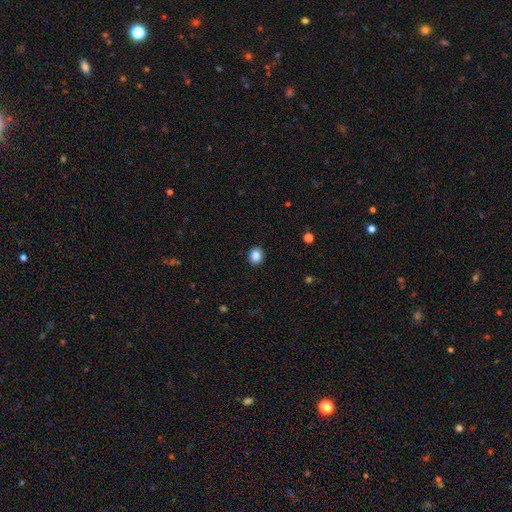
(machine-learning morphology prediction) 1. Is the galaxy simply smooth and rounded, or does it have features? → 87% smooth, 10% star or artifact, 4% featured or disk.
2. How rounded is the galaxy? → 73% round, 26% in between, 1% cigar-shaped.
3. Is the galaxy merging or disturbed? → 91% none, 6% minor disturbance, 2% major disturbance, 1% merger.